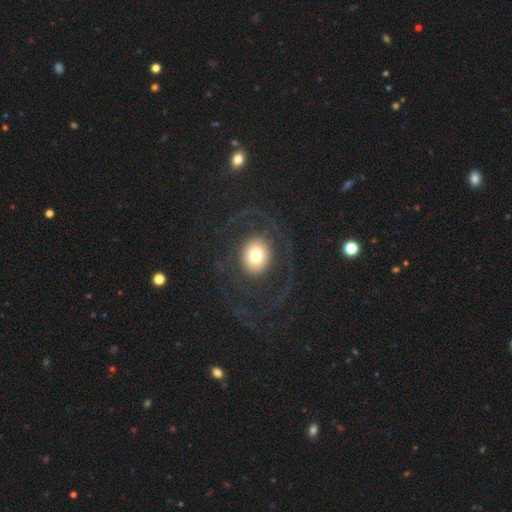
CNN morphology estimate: This appears to be a smooth galaxy with no disk features (48%). Merging: none (68%).